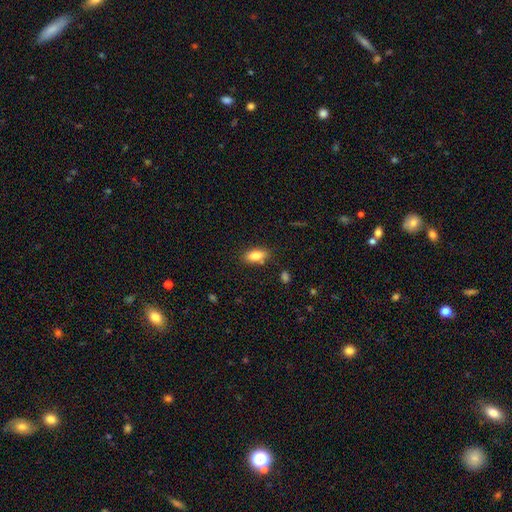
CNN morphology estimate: A smooth galaxy with no disk features (85%) that is in between round and cigar-shaped (88%).

Vote fractions:
- Smooth or featured? smooth: 85% / featured or disk: 8% / star or artifact: 8%
- How rounded? in between: 88% / cigar-shaped: 8% / round: 4%
- Merging? none: 82% / minor disturbance: 12% / merger: 3% / major disturbance: 3%